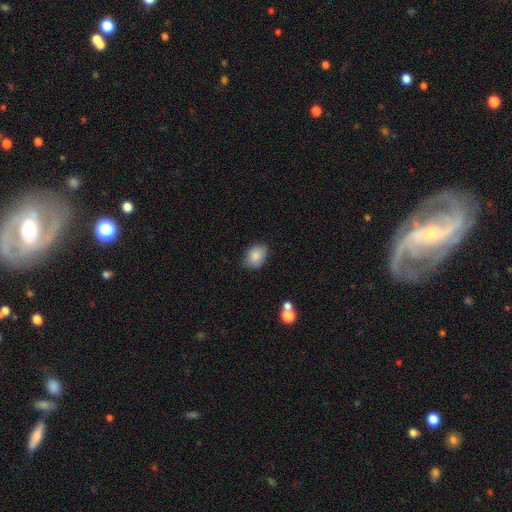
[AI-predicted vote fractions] Smooth or featured? Predicted: smooth (p=0.84). How rounded? Predicted: in between (p=0.74). Merging? Predicted: none (p=0.78).